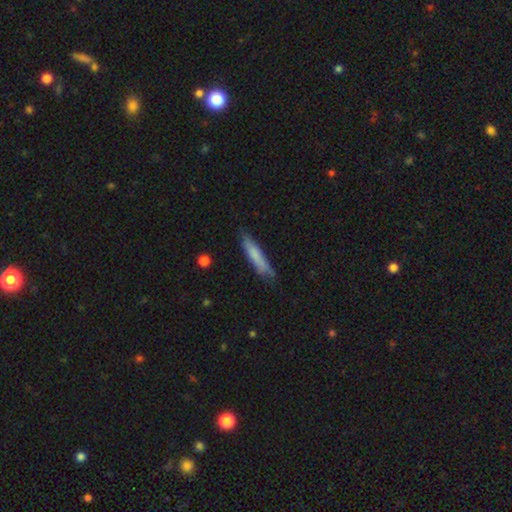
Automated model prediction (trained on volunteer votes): Smooth or featured: smooth — 73% (featured or disk — 21%)
How rounded: cigar-shaped — 87% (in between — 11%)
Merging: none — 71% (minor disturbance — 22%)